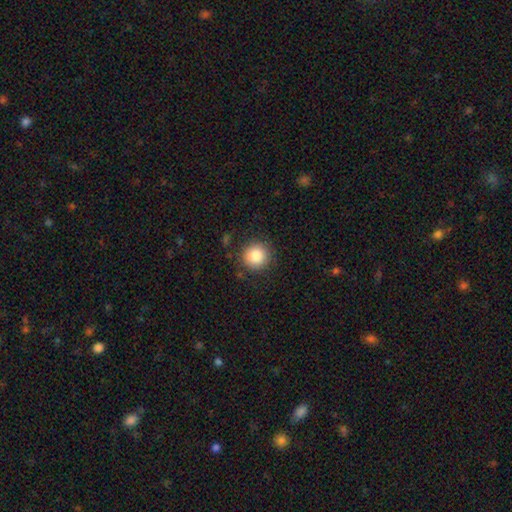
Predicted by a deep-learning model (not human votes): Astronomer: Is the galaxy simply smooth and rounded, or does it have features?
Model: smooth — 85%.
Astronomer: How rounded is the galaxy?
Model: round — 94%.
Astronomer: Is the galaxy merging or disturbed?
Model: none — 86%.